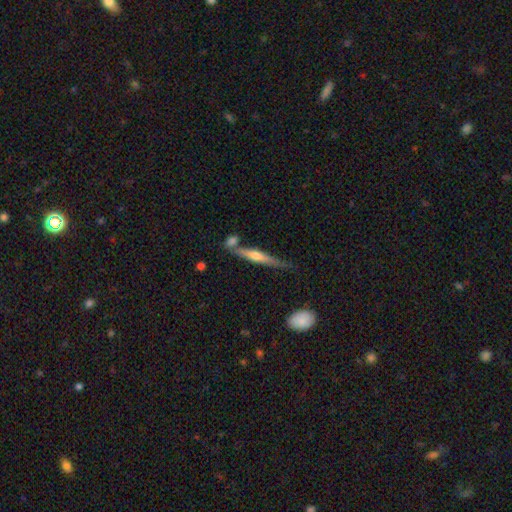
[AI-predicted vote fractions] smooth_or_featured: featured or disk (p=0.59) [alt: smooth p=0.34]
disk_edge_on: yes (p=0.95) [alt: no p=0.05]
edge_on_bulge: rounded (p=0.78) [alt: none p=0.13]
merging: none (p=0.63) [alt: minor disturbance p=0.19]